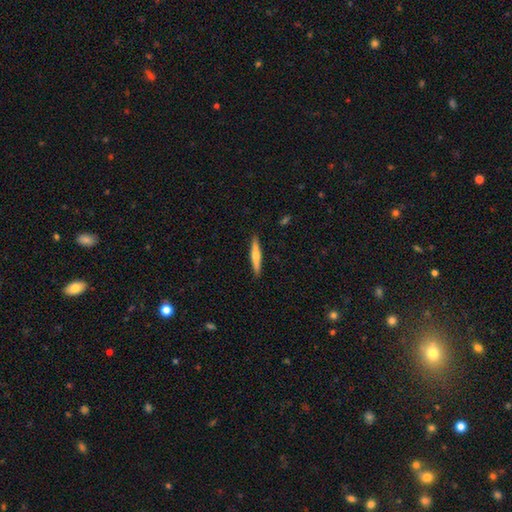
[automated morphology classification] A smooth galaxy with no disk features (49%).

Vote fractions:
- Smooth or featured? smooth: 49% / featured or disk: 45% / star or artifact: 6%
- Merging? none: 90% / minor disturbance: 7% / major disturbance: 1% / merger: 1%